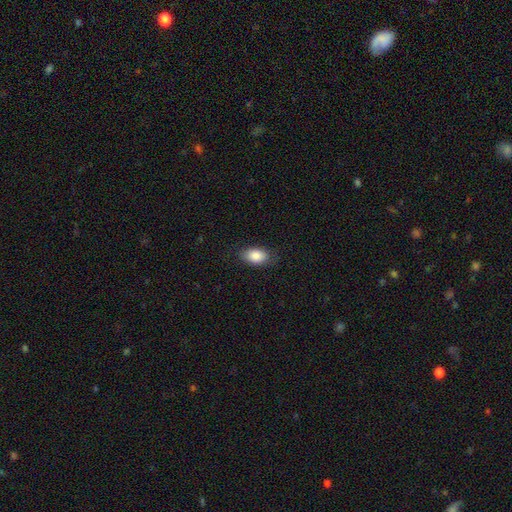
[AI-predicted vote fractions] Smooth or featured?
  - smooth: 87% *
  - star or artifact: 7%
  - featured or disk: 6%
How rounded?
  - in between: 90% *
  - round: 8%
  - cigar-shaped: 2%
Merging?
  - none: 82% *
  - minor disturbance: 14%
  - major disturbance: 3%
  - merger: 1%